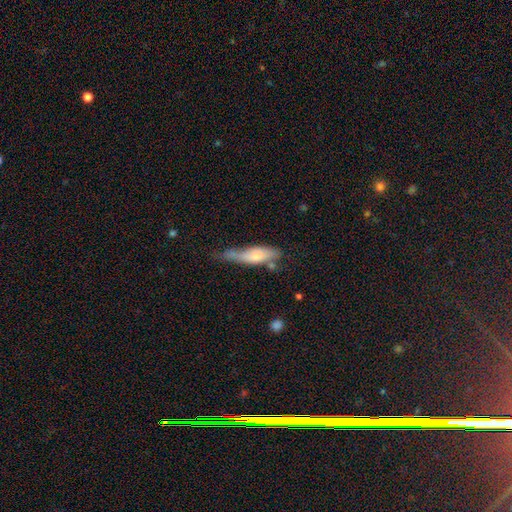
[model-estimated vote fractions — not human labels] The model was most divided on "merging": minor disturbance: 36%, none: 35%, major disturbance: 18%, merger: 11%. More confident: smooth or featured — smooth (62%); how rounded — cigar-shaped (61%).